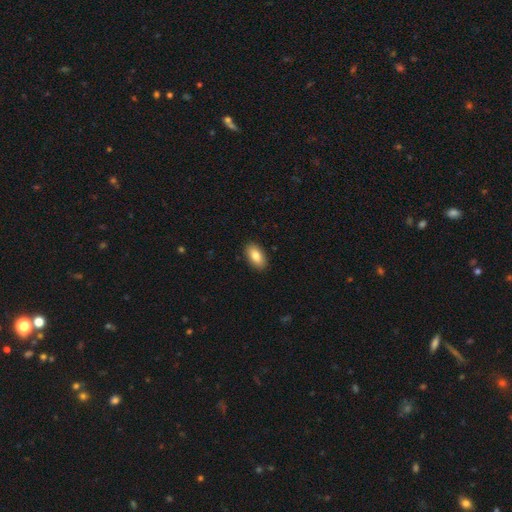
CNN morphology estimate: smooth 84%, featured or disk 9%, star or artifact 7%. Down the decision tree: how rounded — in between (93%); merging — none (90%).